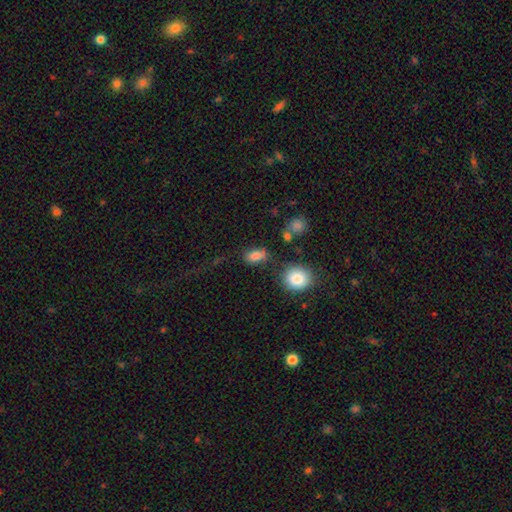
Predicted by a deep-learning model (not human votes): smooth 83%, star or artifact 11%, featured or disk 6%. Down the decision tree: how rounded — in between (84%); merging — none (65%).